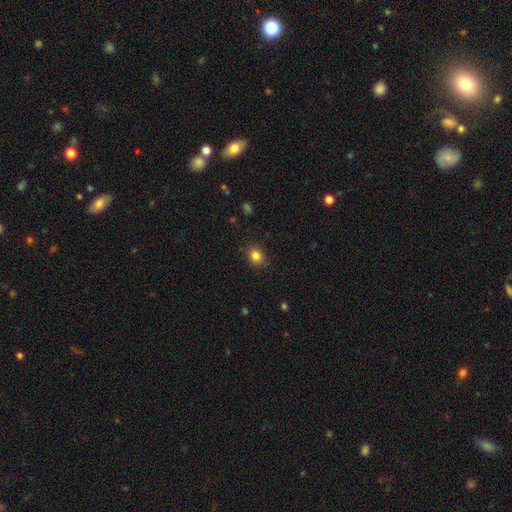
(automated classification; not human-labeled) The model was most divided on "how rounded": round: 65%, in between: 34%, cigar-shaped: 1%. More confident: merging — none (86%); smooth or featured — smooth (83%).